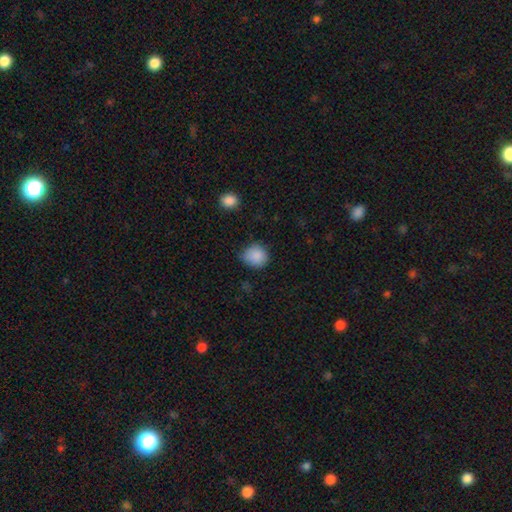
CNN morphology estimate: Q: Smooth or featured?
A: smooth (88%); runner-up: star or artifact (8%)
Q: How rounded?
A: round (82%); runner-up: in between (17%)
Q: Merging?
A: none (71%); runner-up: minor disturbance (23%)